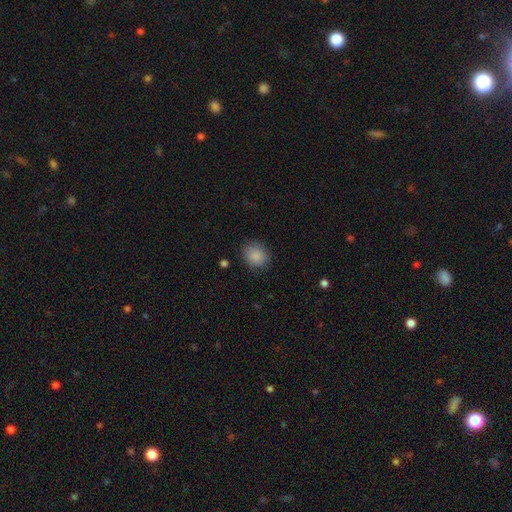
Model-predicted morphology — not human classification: smooth 87%, star or artifact 8%, featured or disk 4%. Down the decision tree: how rounded — round (63%); merging — none (82%).